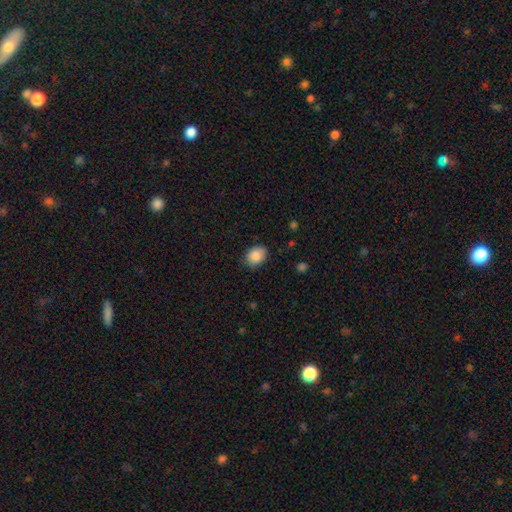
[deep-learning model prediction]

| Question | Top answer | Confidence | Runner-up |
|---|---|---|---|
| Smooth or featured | smooth | 88% | star or artifact (8%) |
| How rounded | in between | 67% | round (32%) |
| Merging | none | 81% | minor disturbance (15%) |